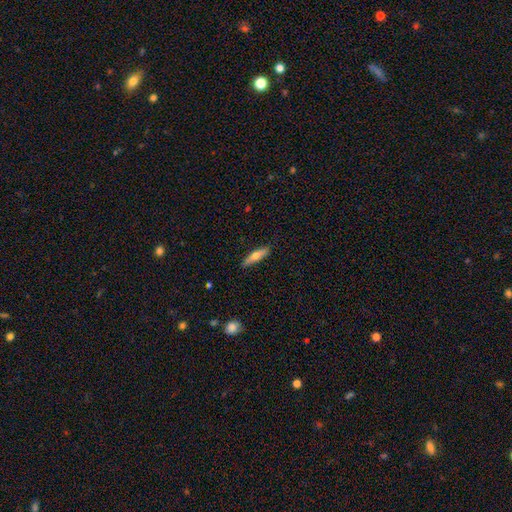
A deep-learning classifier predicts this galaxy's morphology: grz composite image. It shows a smooth galaxy with no disk features (59%) that is cigar-shaped (76%). Merging: none (87%).